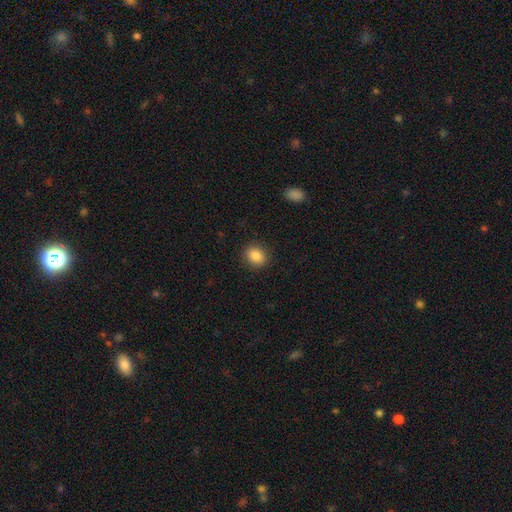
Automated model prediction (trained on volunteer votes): Smooth or featured? smooth (87%)
How rounded? round (52%)
Merging? none (89%)